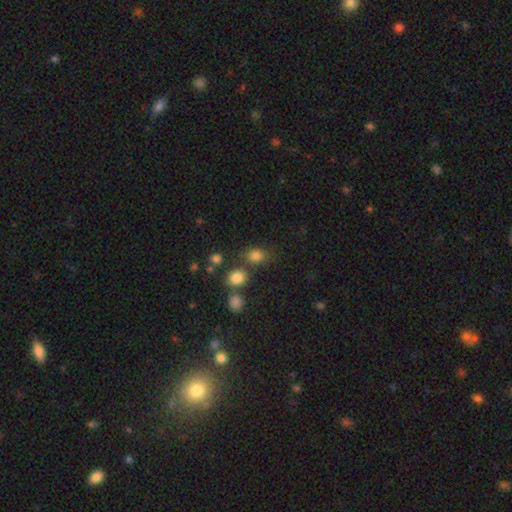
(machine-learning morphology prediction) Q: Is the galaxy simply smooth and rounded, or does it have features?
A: smooth — 79%.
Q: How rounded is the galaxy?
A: round — 52%.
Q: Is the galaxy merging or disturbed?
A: none — 65%.